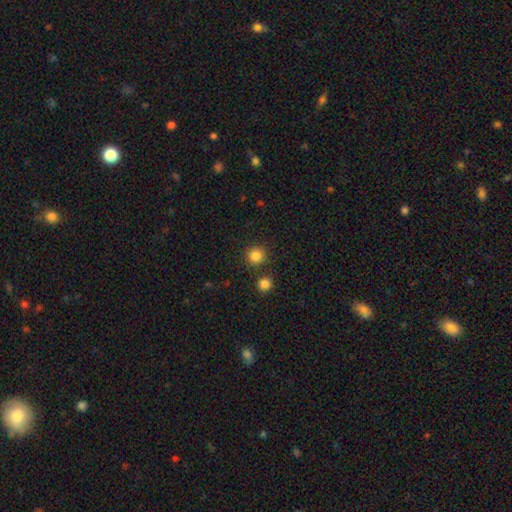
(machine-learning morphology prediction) Smooth or featured? smooth (85%)
How rounded? round (93%)
Merging? none (84%)